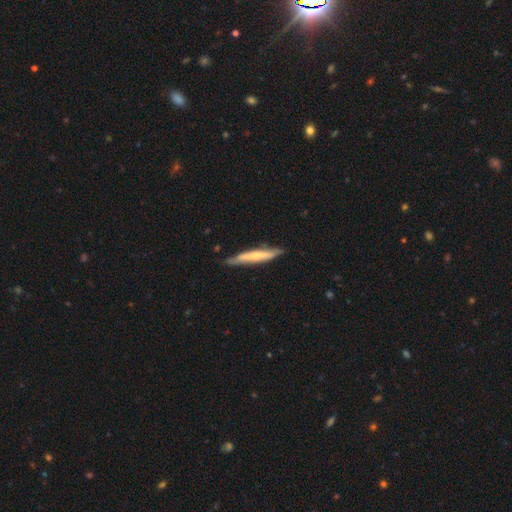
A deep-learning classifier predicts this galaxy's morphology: This appears to be a smooth galaxy with no disk features (50%) that is cigar-shaped (93%). Merging: none (79%).